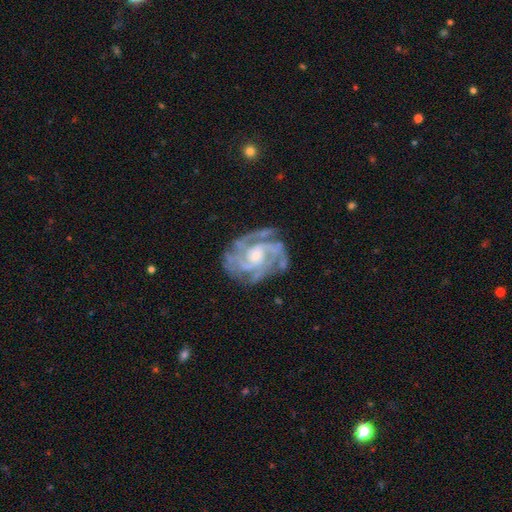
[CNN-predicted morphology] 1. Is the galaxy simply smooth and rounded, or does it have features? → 89% featured or disk, 6% star or artifact, 5% smooth.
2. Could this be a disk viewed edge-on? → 98% no, 2% yes.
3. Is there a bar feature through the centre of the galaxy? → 64% no, 28% weak, 7% strong.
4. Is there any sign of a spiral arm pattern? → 97% yes, 3% no.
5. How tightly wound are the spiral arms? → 58% tight, 36% medium, 7% loose.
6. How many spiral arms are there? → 32% 3, 19% can't tell, 19% 2, 18% 4, 7% more than 4, 6% 1.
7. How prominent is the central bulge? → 47% moderate, 43% small, 5% large, 4% none, 1% dominant.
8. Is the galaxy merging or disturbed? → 71% none, 19% minor disturbance, 9% major disturbance, 2% merger.